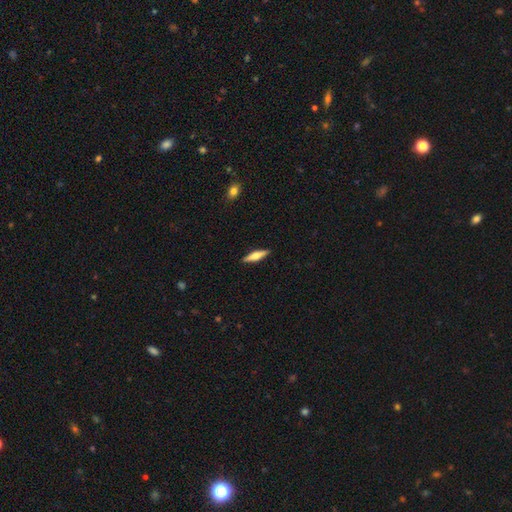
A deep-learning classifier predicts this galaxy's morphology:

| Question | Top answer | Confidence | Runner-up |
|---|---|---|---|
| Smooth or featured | featured or disk | 48% | smooth (46%) |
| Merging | none | 90% | minor disturbance (7%) |